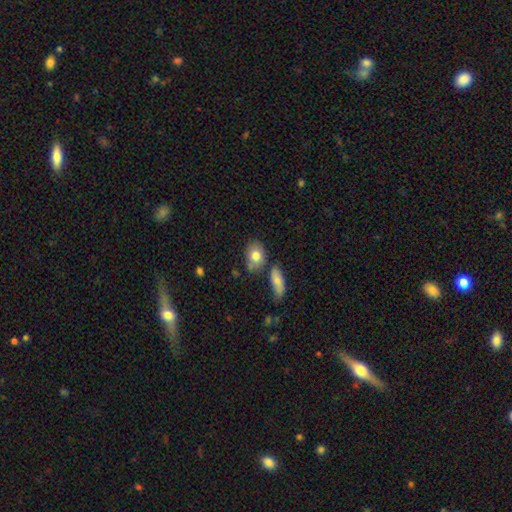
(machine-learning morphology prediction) The model was most divided on "how rounded": in between: 67%, round: 31%, cigar-shaped: 2%. More confident: smooth or featured — smooth (79%); merging — none (63%).